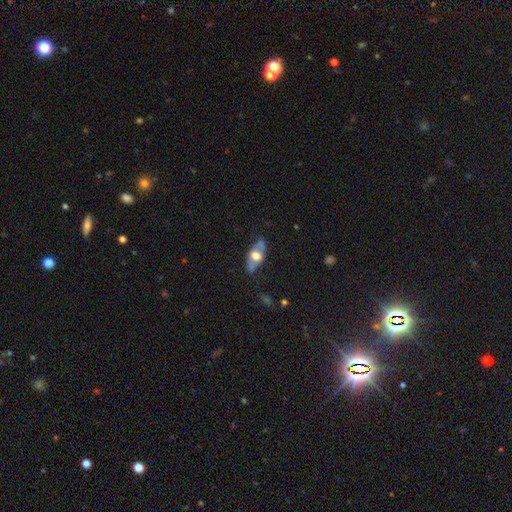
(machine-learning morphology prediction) This is possibly a featured or disk galaxy (52%). It is likely not viewed edge-on (62%). Merging: likely none (74%).